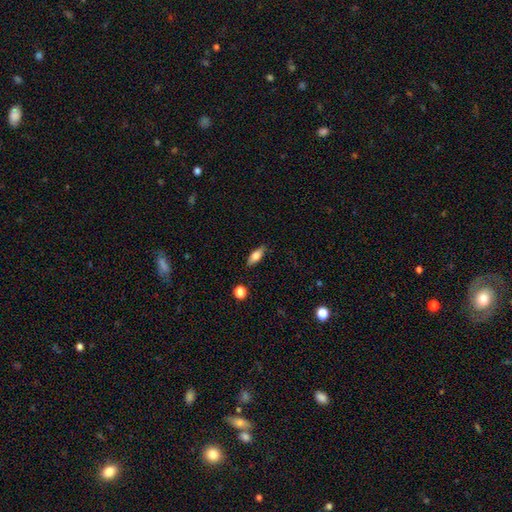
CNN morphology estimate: The model was most divided on "how rounded": in between: 67%, cigar-shaped: 30%, round: 3%. More confident: merging — none (85%); smooth or featured — smooth (67%).